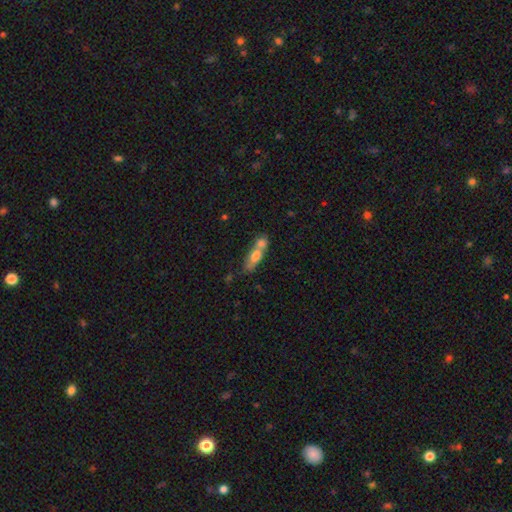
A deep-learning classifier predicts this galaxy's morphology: smooth_or_featured: smooth (p=0.64) [alt: featured or disk p=0.27]
how_rounded: in between (p=0.56) [alt: cigar-shaped p=0.34]
merging: merger (p=0.61) [alt: none p=0.25]